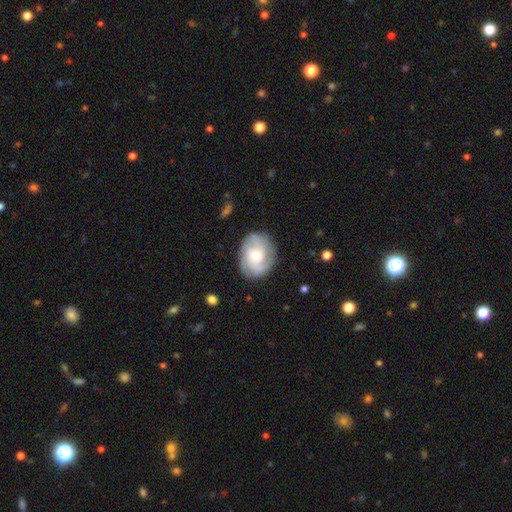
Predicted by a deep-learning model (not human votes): This is likely a featured or disk galaxy (72%). It is clearly not viewed edge-on (97%). Bar: likely no (66%). Spiral arm pattern: clearly yes (92%). Spiral arm count: marginally 3 (33%). Spiral winding: possibly tight (49%). Central bulge: possibly moderate (58%). Merging: likely none (80%).